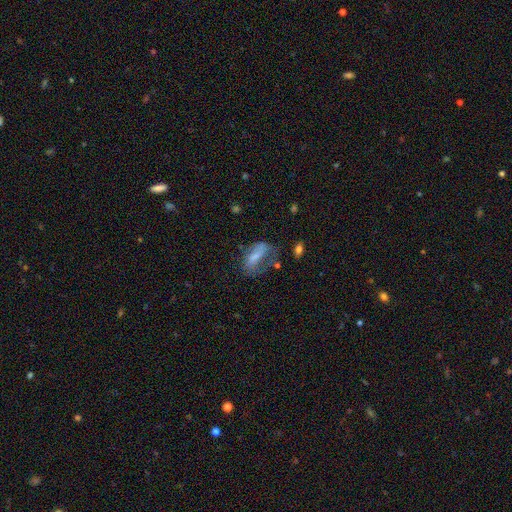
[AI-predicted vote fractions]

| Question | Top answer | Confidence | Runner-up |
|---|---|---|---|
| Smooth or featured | smooth | 51% | featured or disk (39%) |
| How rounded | in between | 78% | cigar-shaped (16%) |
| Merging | major disturbance | 36% | none (33%) |